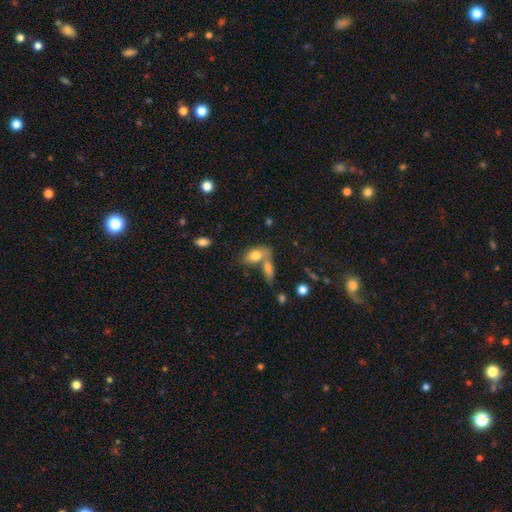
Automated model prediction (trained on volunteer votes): A smooth galaxy with no disk features (77%) that is in between round and cigar-shaped (87%). Merging: none (42%, tied with merger).